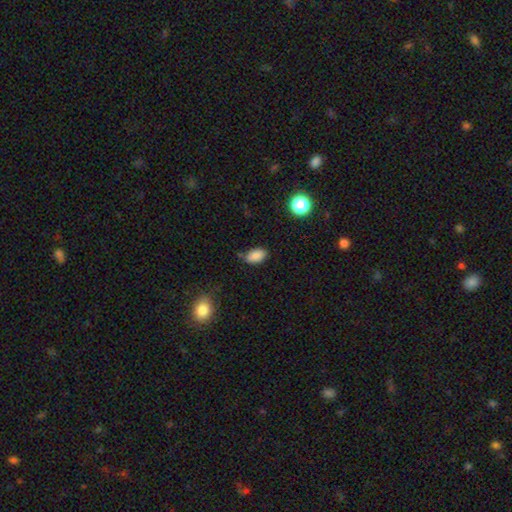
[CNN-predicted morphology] The model was most divided on "merging": none: 75%, minor disturbance: 18%, merger: 4%, major disturbance: 3%. More confident: how rounded — in between (92%); smooth or featured — smooth (86%).